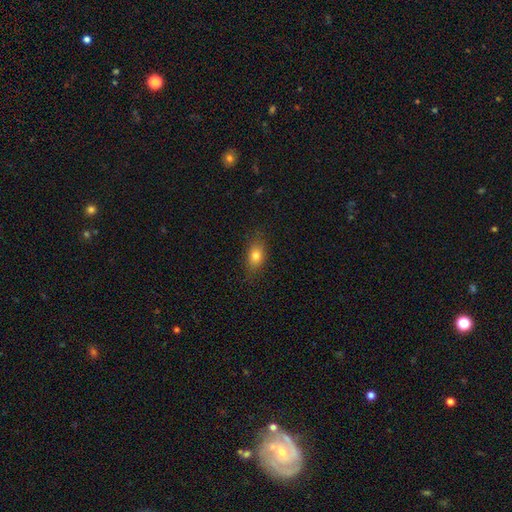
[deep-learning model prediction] Smooth or featured: smooth — 79% (featured or disk — 11%)
How rounded: in between — 79% (round — 15%)
Merging: none — 80% (minor disturbance — 15%)